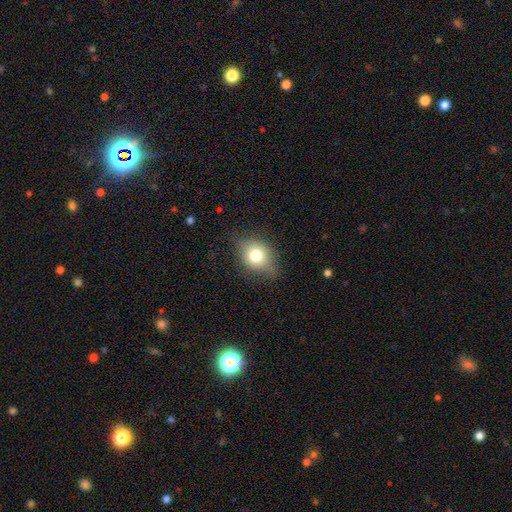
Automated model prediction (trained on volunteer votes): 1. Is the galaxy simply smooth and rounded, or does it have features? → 70% smooth, 20% featured or disk, 10% star or artifact.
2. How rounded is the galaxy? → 52% in between, 47% round, 2% cigar-shaped.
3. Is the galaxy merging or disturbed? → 64% none, 27% minor disturbance, 7% major disturbance, 1% merger.